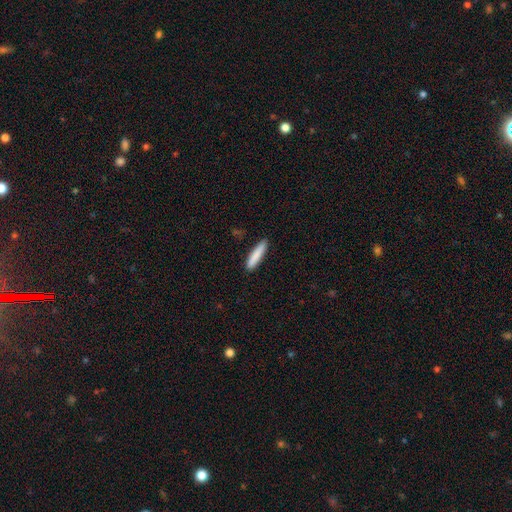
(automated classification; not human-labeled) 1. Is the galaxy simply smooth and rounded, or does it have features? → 85% smooth, 9% featured or disk, 6% star or artifact.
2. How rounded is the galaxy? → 88% cigar-shaped, 10% in between, 1% round.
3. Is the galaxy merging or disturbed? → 89% none, 8% minor disturbance, 2% major disturbance, 1% merger.